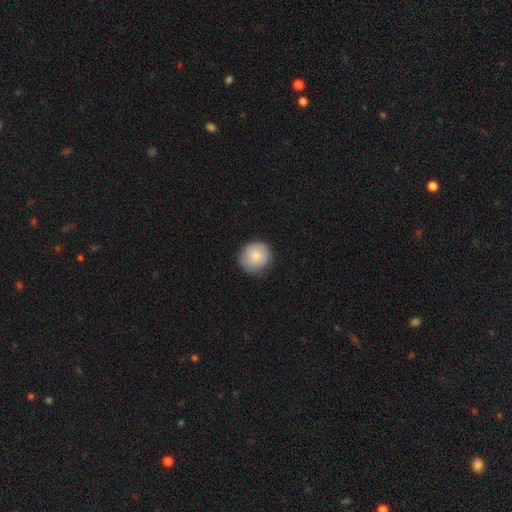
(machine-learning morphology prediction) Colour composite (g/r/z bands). It shows a smooth galaxy with no disk features (81%) that is round (90%). Merging: none (81%).